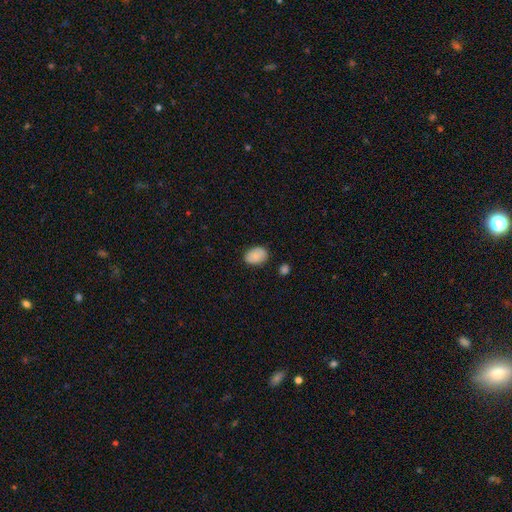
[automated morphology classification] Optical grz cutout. It shows a smooth galaxy with no disk features (83%) that is in between round and cigar-shaped (82%). Merging: none (78%).